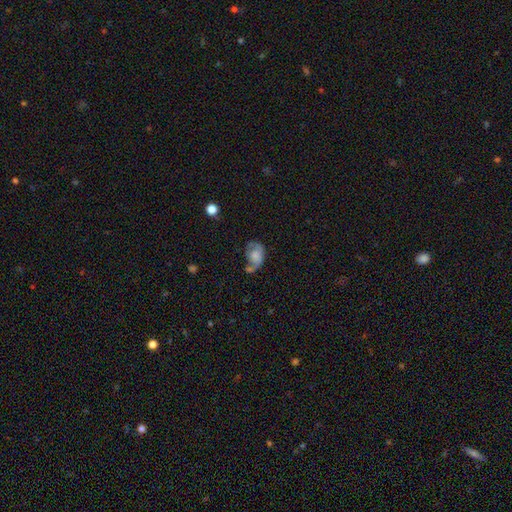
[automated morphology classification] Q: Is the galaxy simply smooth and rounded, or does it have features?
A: smooth — 51%.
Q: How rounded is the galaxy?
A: in between — 76%.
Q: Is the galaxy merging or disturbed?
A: major disturbance — 31%.